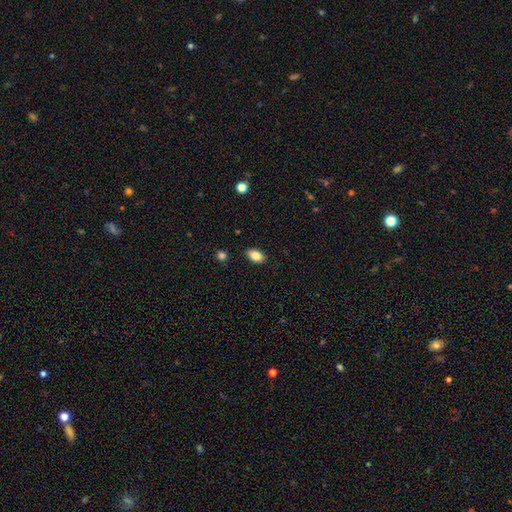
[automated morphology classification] A smooth galaxy with no disk features (84%) that is in between round and cigar-shaped (91%). Merging: none (89%).